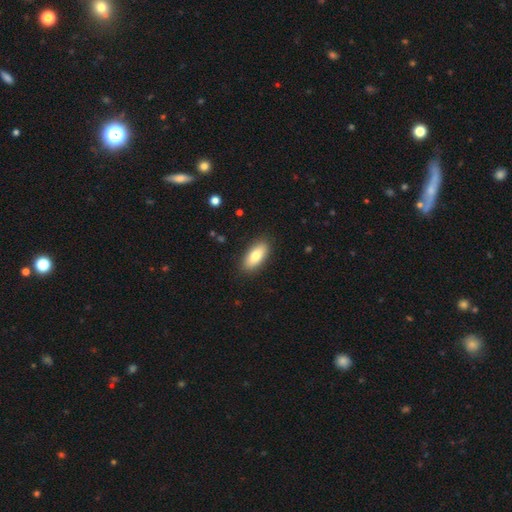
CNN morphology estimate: A smooth galaxy with no disk features (78%) that is in between round and cigar-shaped (86%). Merging: none (88%).